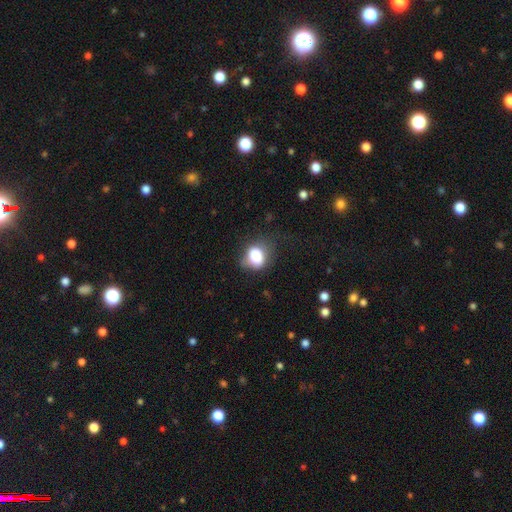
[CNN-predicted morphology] Smooth or featured? Predicted: smooth (p=0.81). How rounded? Predicted: in between (p=0.51). Merging? Predicted: none (p=0.50).